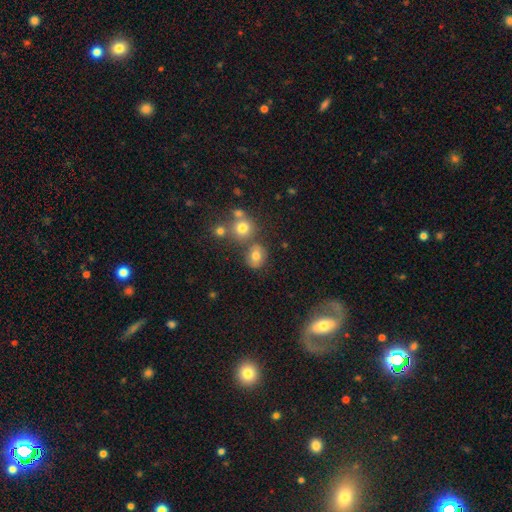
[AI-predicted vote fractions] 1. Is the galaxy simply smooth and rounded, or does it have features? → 73% smooth, 15% star or artifact, 13% featured or disk.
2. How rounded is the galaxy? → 60% round, 39% in between, 1% cigar-shaped.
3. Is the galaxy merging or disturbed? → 67% none, 15% merger, 14% minor disturbance, 5% major disturbance.